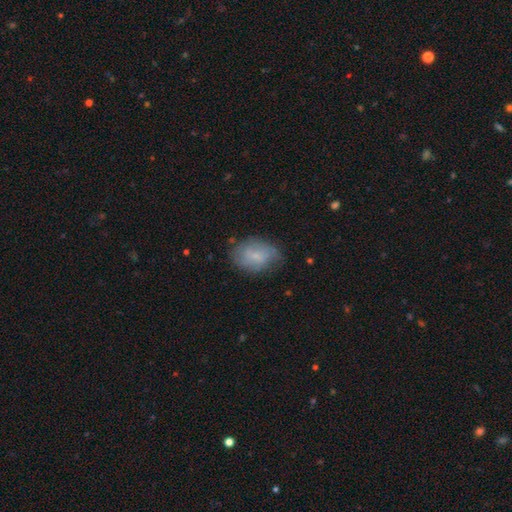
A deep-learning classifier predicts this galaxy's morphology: Q: Smooth or featured?
A: smooth (62%); runner-up: featured or disk (30%)
Q: How rounded?
A: in between (77%); runner-up: round (22%)
Q: Merging?
A: none (66%); runner-up: minor disturbance (25%)